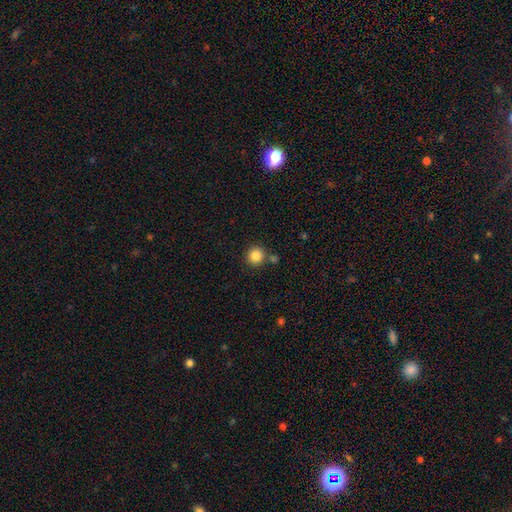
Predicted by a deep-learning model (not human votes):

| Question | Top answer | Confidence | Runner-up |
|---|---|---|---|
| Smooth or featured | smooth | 86% | star or artifact (10%) |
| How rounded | round | 94% | in between (5%) |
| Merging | none | 79% | merger (11%) |